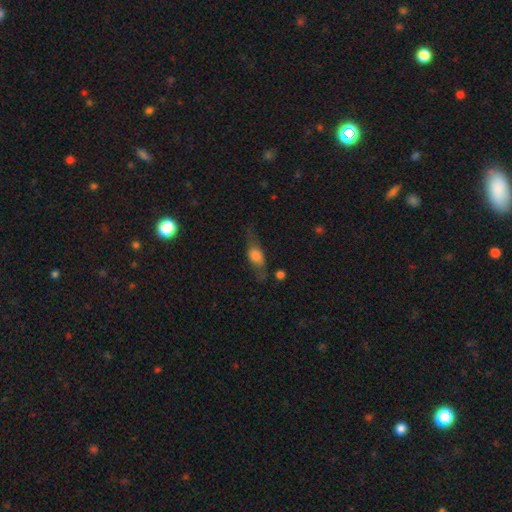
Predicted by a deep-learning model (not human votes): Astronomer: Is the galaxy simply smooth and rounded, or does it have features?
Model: smooth — 57% (runner-up: featured or disk, 34%).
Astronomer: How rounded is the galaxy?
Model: in between — 66%.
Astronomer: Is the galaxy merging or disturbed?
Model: none — 55%.